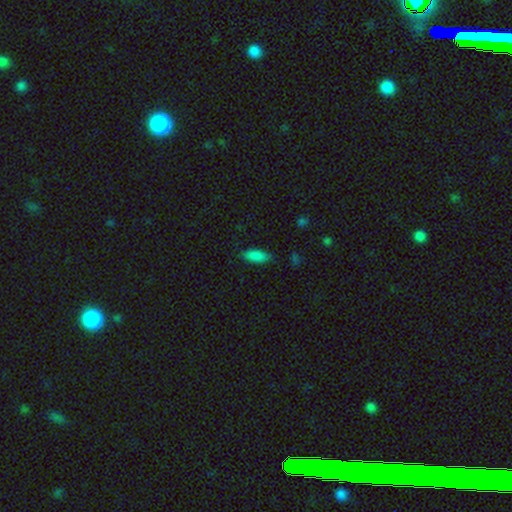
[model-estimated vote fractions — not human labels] Smooth or featured?
  - smooth: 86% *
  - star or artifact: 9%
  - featured or disk: 5%
How rounded?
  - in between: 77% *
  - cigar-shaped: 21%
  - round: 2%
Merging?
  - none: 79% *
  - minor disturbance: 16%
  - major disturbance: 3%
  - merger: 2%